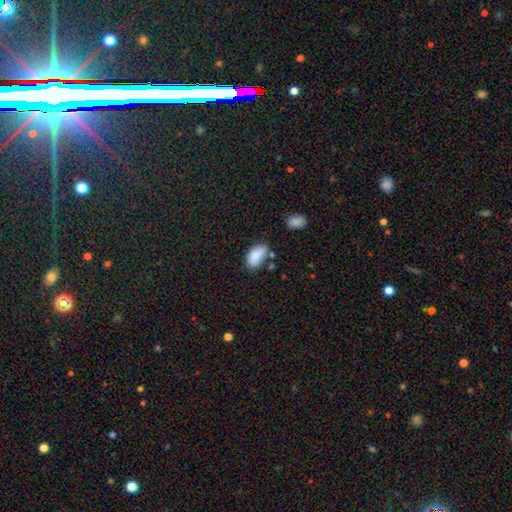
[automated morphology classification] The model was most divided on "merging": none: 56%, minor disturbance: 27%, merger: 9%, major disturbance: 7%. More confident: how rounded — in between (93%); smooth or featured — smooth (86%).